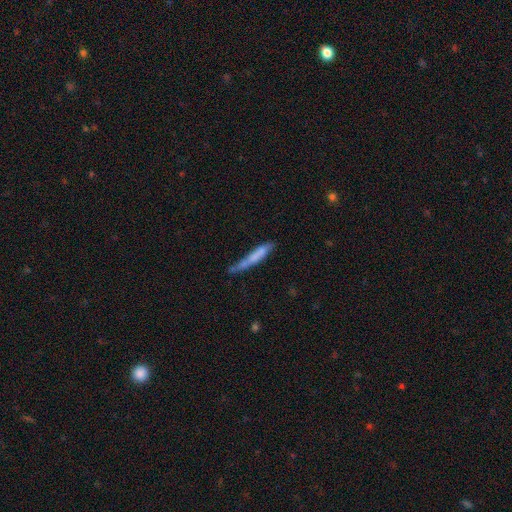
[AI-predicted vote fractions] Smooth or featured? smooth (64%)
How rounded? cigar-shaped (93%)
Merging? none (53%)